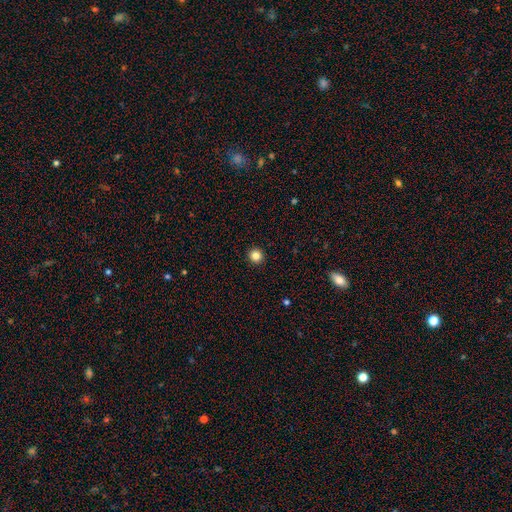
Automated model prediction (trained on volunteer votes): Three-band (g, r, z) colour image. It shows a smooth galaxy with no disk features (84%) that is round (95%). Merging: none (94%).